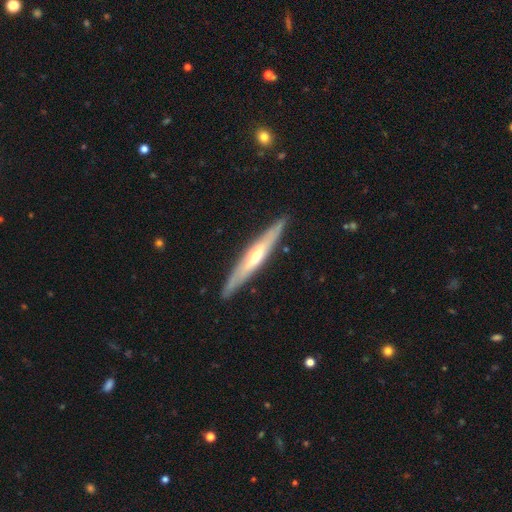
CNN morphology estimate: This is likely a featured or disk galaxy (69%). It is clearly viewed edge-on (93%). Edge-on bulge: likely rounded (76%). Merging: clearly none (89%).